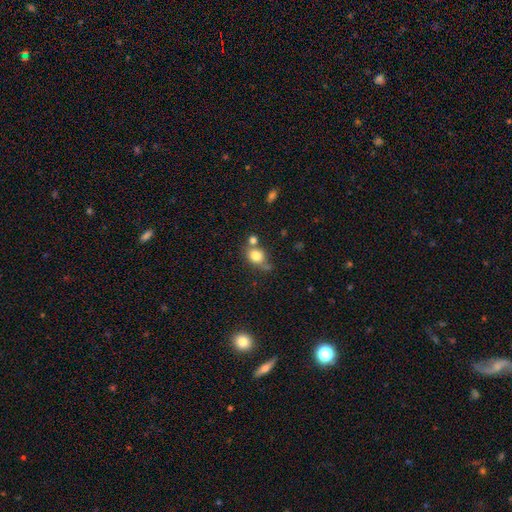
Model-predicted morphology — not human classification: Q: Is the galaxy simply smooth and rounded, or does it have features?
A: smooth — 79%.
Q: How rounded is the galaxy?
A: round — 62%.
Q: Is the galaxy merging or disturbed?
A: none — 50%.